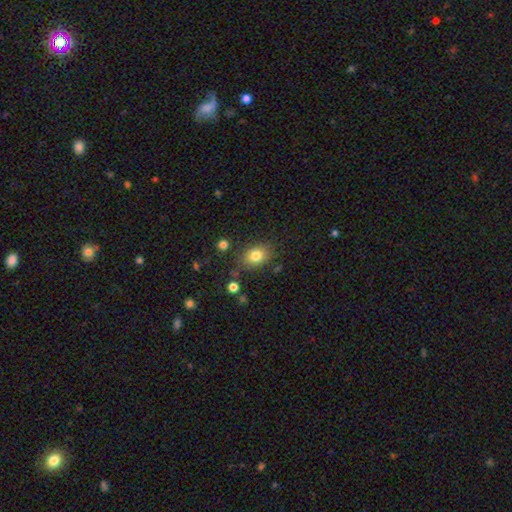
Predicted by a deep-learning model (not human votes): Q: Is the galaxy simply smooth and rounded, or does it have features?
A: smooth — 81%.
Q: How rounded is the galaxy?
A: in between — 63%.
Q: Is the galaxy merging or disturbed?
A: none — 79%.